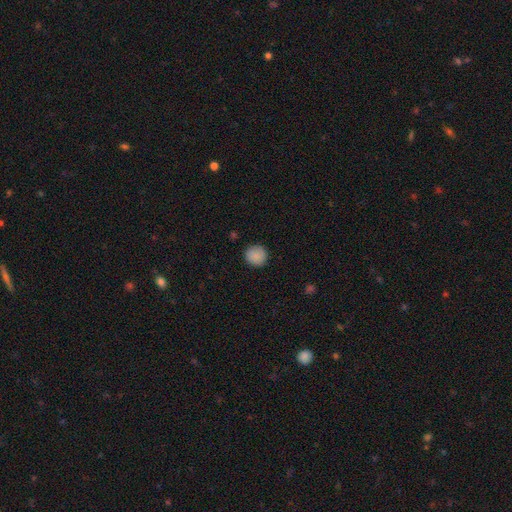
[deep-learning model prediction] Overall: smooth (88%). How rounded: round (92%). Merging: none (90%).